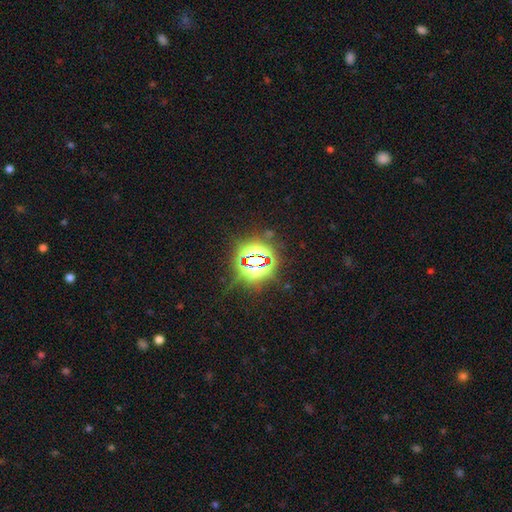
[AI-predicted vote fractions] Q: Smooth or featured?
A: star or artifact (85%); runner-up: smooth (10%)